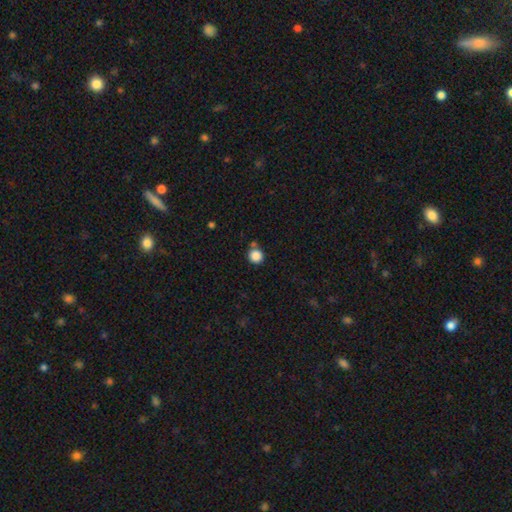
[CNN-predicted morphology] smooth_or_featured: smooth (p=0.86) [alt: star or artifact p=0.11]
how_rounded: round (p=0.94) [alt: in between p=0.05]
merging: none (p=0.74) [alt: merger p=0.12]